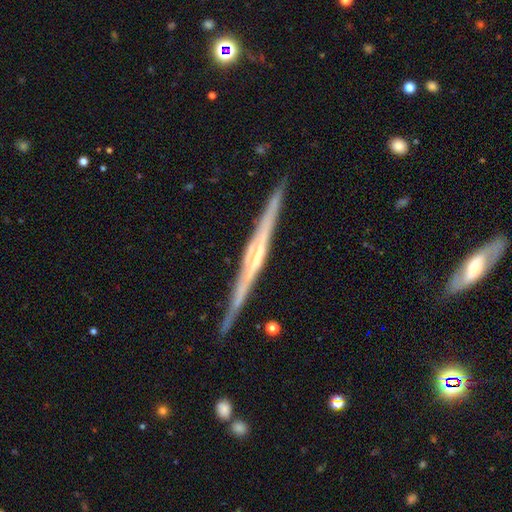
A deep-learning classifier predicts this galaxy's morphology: Smooth or featured? Predicted: featured or disk (p=0.83). Edge-on disk? Predicted: yes (p=0.98). Edge-on bulge? Predicted: rounded (p=0.37, tied with none). Merging? Predicted: none (p=0.89).